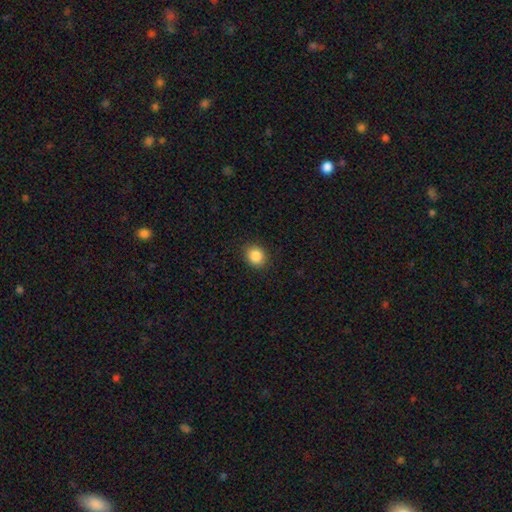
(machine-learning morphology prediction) smooth_or_featured: smooth (p=0.87) [alt: star or artifact p=0.09]
how_rounded: round (p=0.70) [alt: in between p=0.29]
merging: none (p=0.89) [alt: minor disturbance p=0.08]